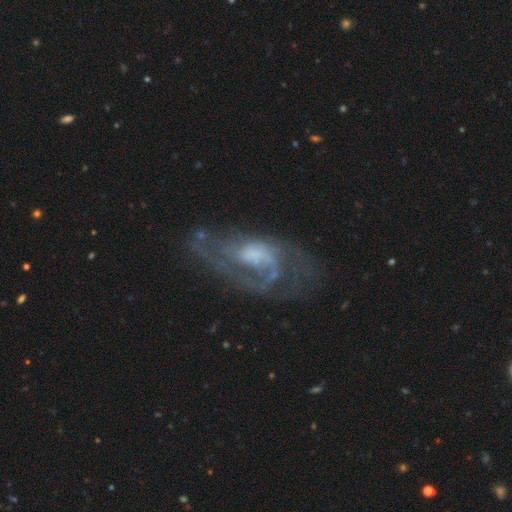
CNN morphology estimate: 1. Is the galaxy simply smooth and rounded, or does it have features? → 79% featured or disk, 13% smooth, 8% star or artifact.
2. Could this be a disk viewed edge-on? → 95% no, 5% yes.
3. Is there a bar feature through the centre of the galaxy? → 58% no, 35% weak, 7% strong.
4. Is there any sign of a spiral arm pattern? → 84% yes, 16% no.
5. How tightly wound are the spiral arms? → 44% medium, 28% loose, 27% tight.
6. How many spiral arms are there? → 38% 2, 27% can't tell, 20% 1, 9% 3, 3% 4, 3% more than 4.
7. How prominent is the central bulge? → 36% moderate, 28% small, 23% none, 12% large, 2% dominant.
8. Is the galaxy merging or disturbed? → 51% none, 26% major disturbance, 20% minor disturbance, 3% merger.